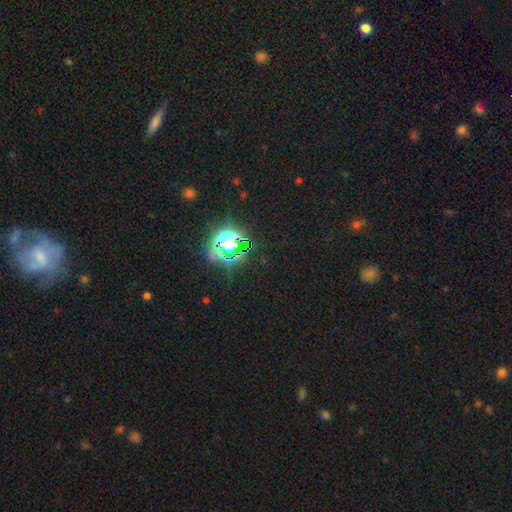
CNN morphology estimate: smooth_or_featured: star or artifact (p=0.79) [alt: smooth p=0.15]